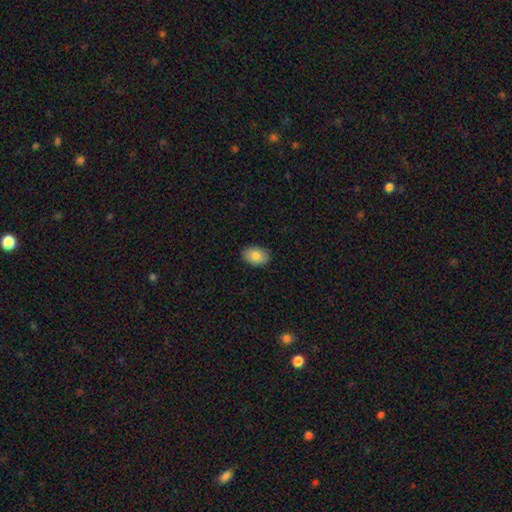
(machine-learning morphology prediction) This appears to be a smooth galaxy with no disk features (83%) that is in between round and cigar-shaped (86%). Merging: none (89%).